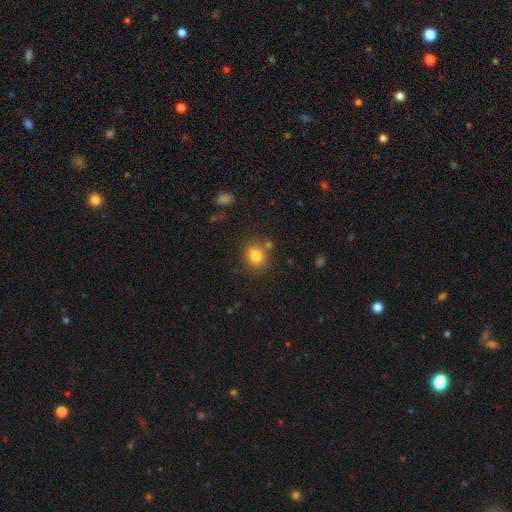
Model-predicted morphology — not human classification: Smooth or featured: smooth — 80% (star or artifact — 12%)
How rounded: round — 70% (in between — 29%)
Merging: none — 78% (minor disturbance — 11%)